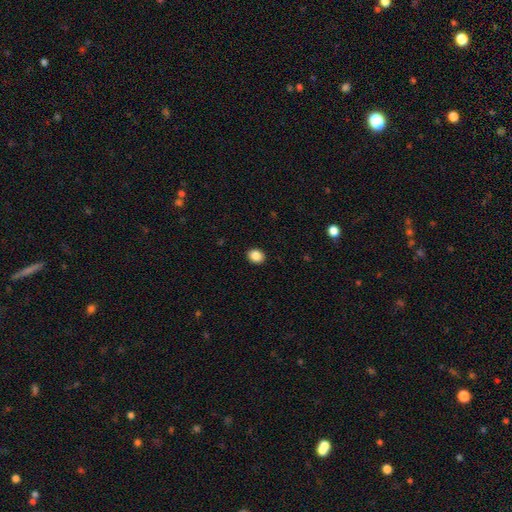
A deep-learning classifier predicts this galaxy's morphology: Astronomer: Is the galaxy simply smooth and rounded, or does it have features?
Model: smooth — 88%.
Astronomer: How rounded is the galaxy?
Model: round — 54% (runner-up: in between, 45%).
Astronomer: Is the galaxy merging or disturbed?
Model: none — 92%.